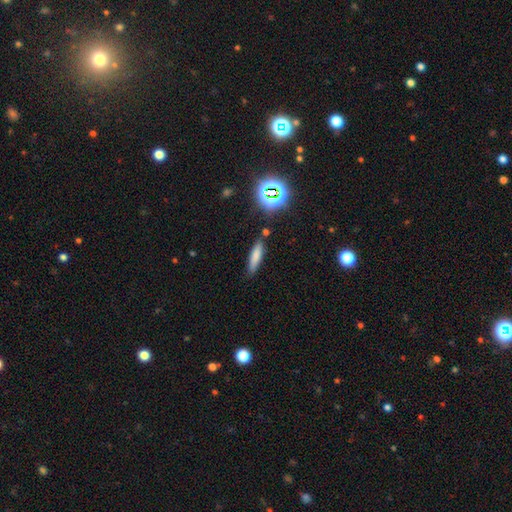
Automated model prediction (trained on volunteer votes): This appears to be a smooth galaxy with no disk features (74%) that is cigar-shaped (74%). Merging: none (79%).